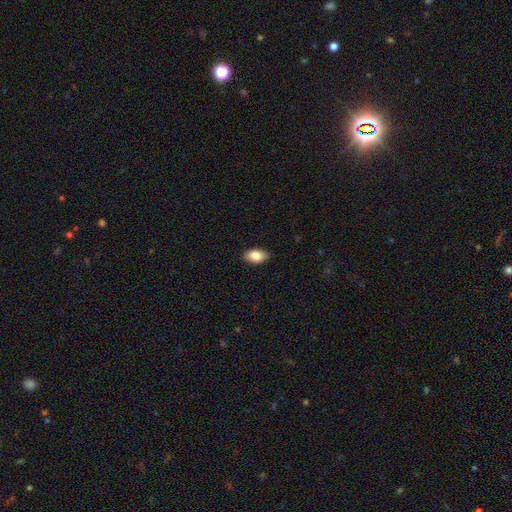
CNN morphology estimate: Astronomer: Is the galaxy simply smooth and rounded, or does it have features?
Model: smooth — 84%.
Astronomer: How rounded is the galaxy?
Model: in between — 92%.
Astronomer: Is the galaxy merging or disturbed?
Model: none — 88%.